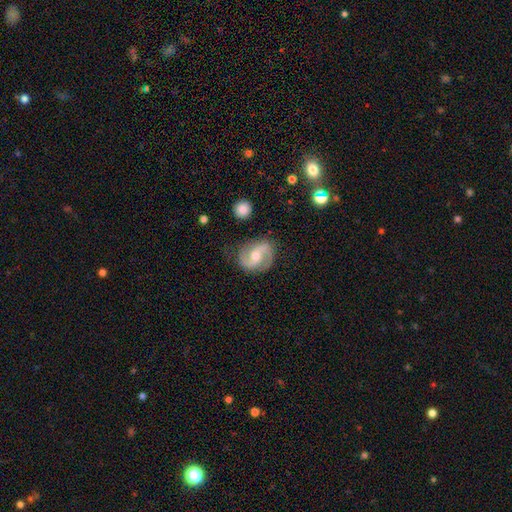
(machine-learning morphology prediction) Smooth or featured? Predicted: featured or disk (p=0.86). Edge-on disk? Predicted: no (p=0.98). Bar? Predicted: weak (p=0.45). Spiral arms? Predicted: yes (p=0.97). Spiral winding? Predicted: medium (p=0.52). Spiral arm count? Predicted: 2 (p=0.93). Bulge size? Predicted: moderate (p=0.65). Merging? Predicted: none (p=0.81).